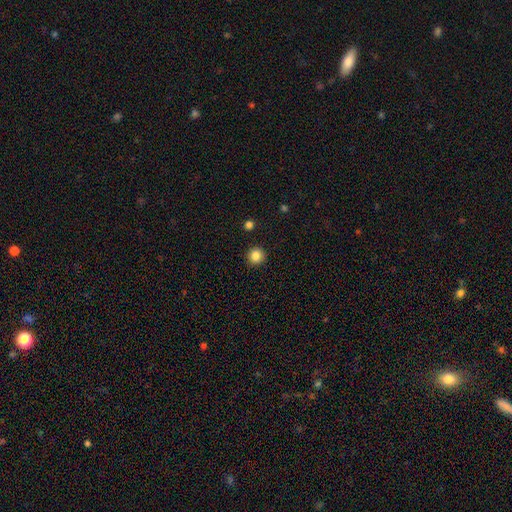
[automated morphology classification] type=smooth (85%); roundness=round (95%); merging=none (92%).